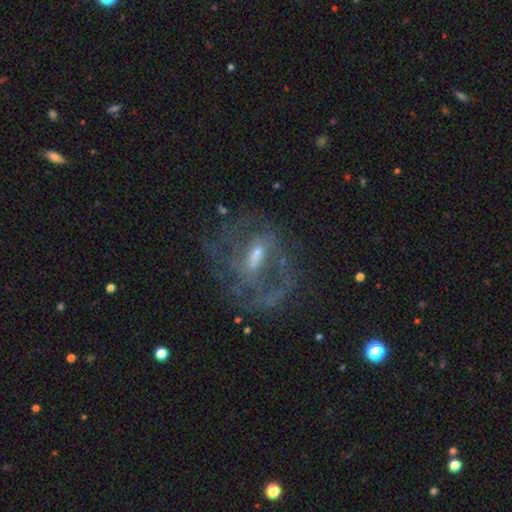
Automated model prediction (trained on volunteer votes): Smooth or featured?
  - featured or disk: 78% *
  - smooth: 13%
  - star or artifact: 10%
Edge-on disk?
  - no: 96% *
  - yes: 4%
Bar?
  - weak: 48% *
  - strong: 30%
  - no: 23%
Spiral arms?
  - yes: 73% *
  - no: 27%
Spiral winding?
  - medium: 44% *
  - loose: 30%
  - tight: 25%
Spiral arm count?
  - 2: 42% *
  - can't tell: 30%
  - 1: 12%
  - 3: 9%
  - 4: 4%
  - more than 4: 3%
Bulge size?
  - small: 52% *
  - moderate: 35%
  - none: 8%
  - large: 4%
  - dominant: 1%
Merging?
  - none: 52% *
  - major disturbance: 27%
  - minor disturbance: 18%
  - merger: 3%